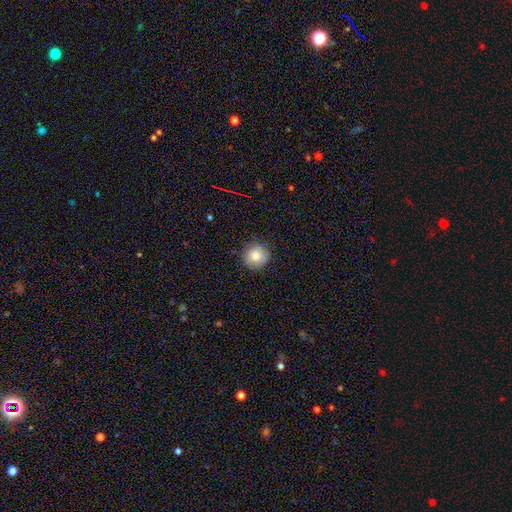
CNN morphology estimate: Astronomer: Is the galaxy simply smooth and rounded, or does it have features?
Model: smooth — 77%.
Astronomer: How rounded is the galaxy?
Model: round — 91%.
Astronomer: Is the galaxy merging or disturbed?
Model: none — 82%.